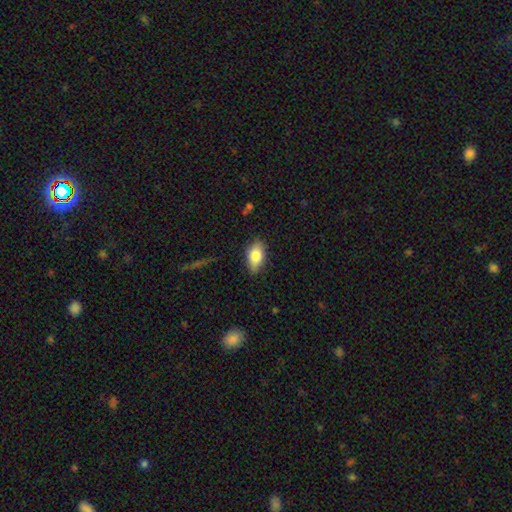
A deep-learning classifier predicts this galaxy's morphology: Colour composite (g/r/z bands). It shows a smooth galaxy with no disk features (80%) that is in between round and cigar-shaped (89%). Merging: none (79%).